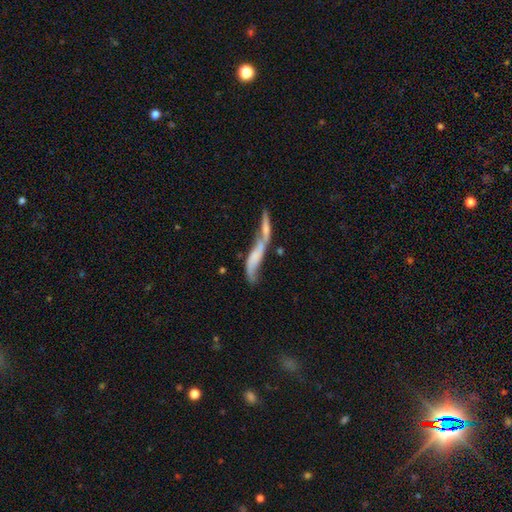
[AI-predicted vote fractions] Overall: featured or disk (54%; smooth 36%). Edge-on disk: no (64%; yes 36%). Merging: merger (64%).